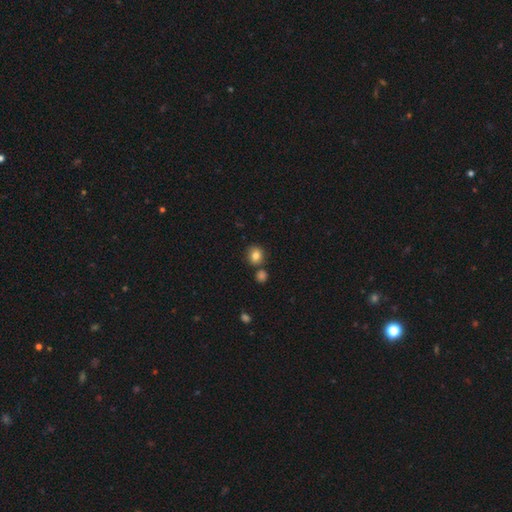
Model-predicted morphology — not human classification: A smooth galaxy with no disk features (82%) that is round (80%).

Vote fractions:
- Smooth or featured? smooth: 82% / star or artifact: 11% / featured or disk: 7%
- How rounded? round: 80% / in between: 19% / cigar-shaped: 1%
- Merging? none: 75% / merger: 12% / minor disturbance: 10% / major disturbance: 3%